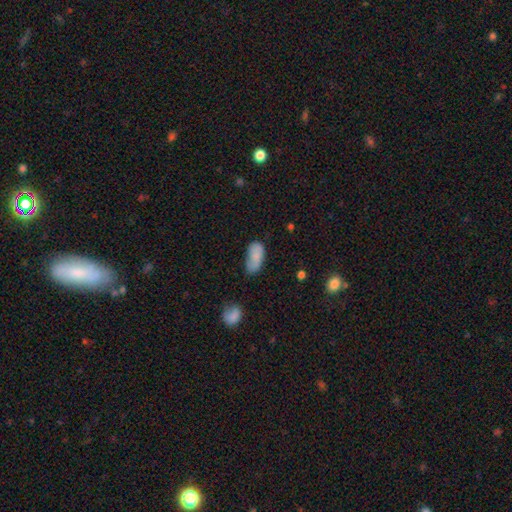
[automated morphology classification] This is clearly a smooth galaxy (81%). How rounded: clearly in between (93%). Merging: possibly none (53%).